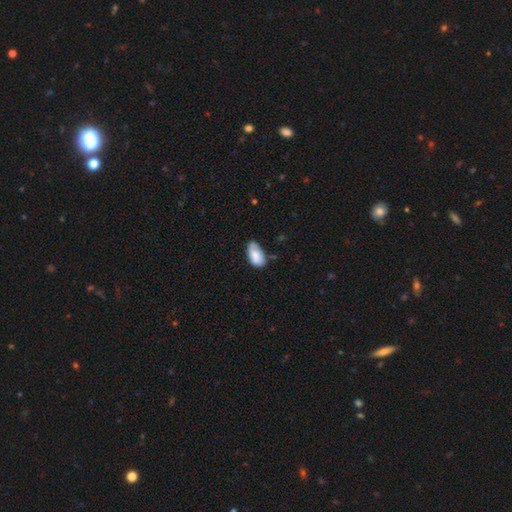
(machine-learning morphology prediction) Smooth or featured? Predicted: smooth (p=0.79). How rounded? Predicted: in between (p=0.94). Merging? Predicted: none (p=0.53).